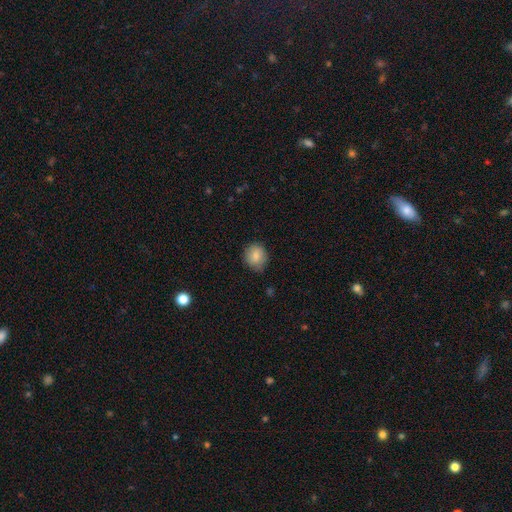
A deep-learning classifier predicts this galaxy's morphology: This is clearly a smooth galaxy (84%). How rounded: clearly round (82%). Merging: likely none (79%).